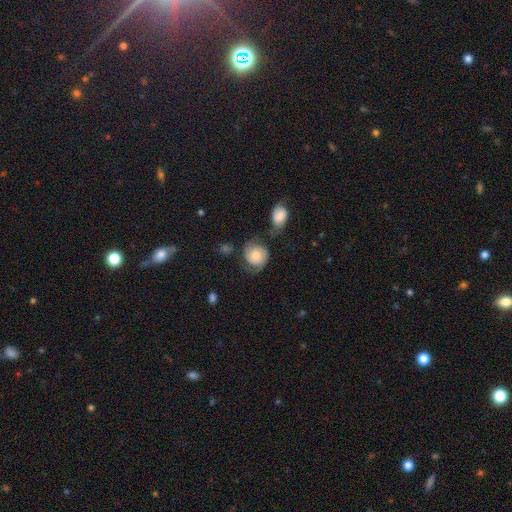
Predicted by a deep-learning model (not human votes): Smooth or featured? featured or disk (47%)
Merging? none (52%)